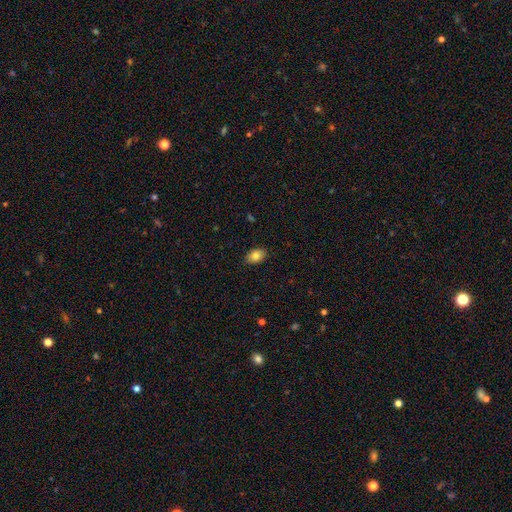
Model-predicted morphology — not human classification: This is clearly a smooth galaxy (82%). How rounded: clearly in between (88%). Merging: clearly none (88%).